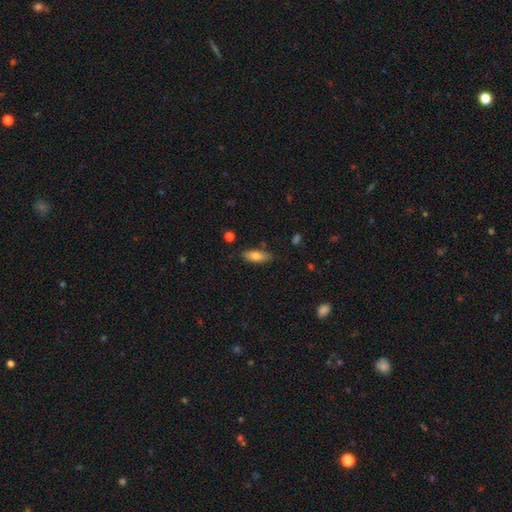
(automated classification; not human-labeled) smooth-or-featured: smooth: 76% | featured or disk: 17% | star or artifact: 7%
  how-rounded: in between: 73% | cigar-shaped: 25% | round: 2%
  merging: none: 80% | minor disturbance: 14% | merger: 3% | major disturbance: 3%